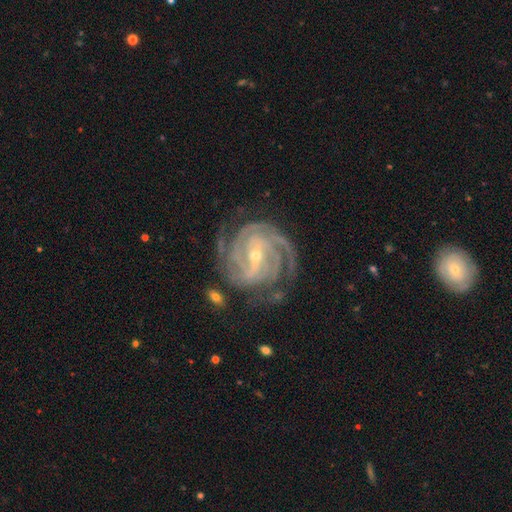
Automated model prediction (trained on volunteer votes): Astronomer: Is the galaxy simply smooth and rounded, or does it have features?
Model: featured or disk — 93%.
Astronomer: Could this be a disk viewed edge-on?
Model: no — 98%.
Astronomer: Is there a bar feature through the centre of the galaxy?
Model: strong — 45% (runner-up: weak, 39%).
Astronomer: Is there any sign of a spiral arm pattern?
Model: yes — 99%.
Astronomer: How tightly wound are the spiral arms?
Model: tight — 72%.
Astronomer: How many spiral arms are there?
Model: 3 — 31% (runner-up: 4, 27%).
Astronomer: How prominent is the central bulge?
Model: small — 66%.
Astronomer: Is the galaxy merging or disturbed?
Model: none — 74%.